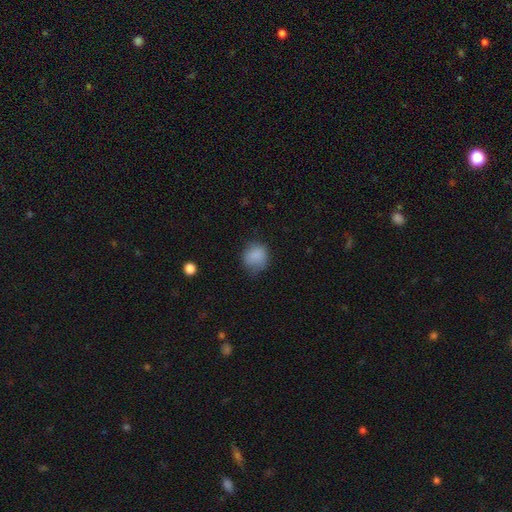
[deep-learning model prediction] Morphology: type=smooth (84%); roundness=round (76%); merging=none (63%).